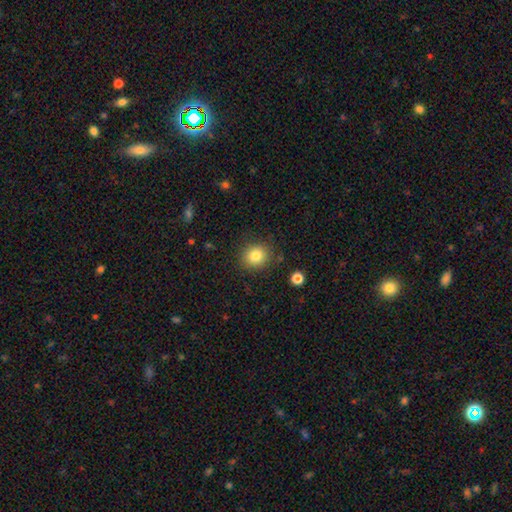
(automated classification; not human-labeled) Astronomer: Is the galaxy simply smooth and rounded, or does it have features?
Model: smooth — 82%.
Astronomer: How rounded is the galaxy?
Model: round — 79%.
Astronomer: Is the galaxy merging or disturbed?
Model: none — 86%.